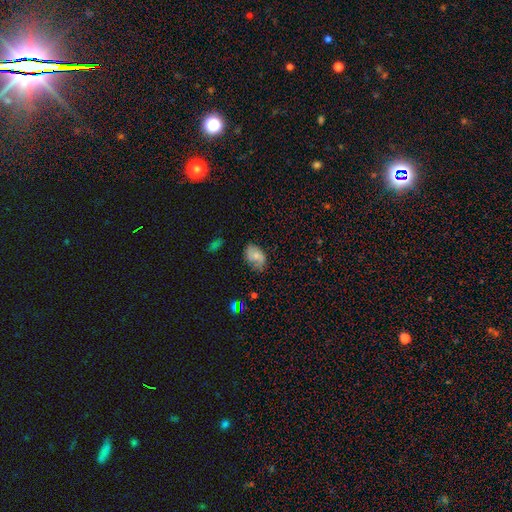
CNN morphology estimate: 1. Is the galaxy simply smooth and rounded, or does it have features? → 62% smooth, 28% featured or disk, 10% star or artifact.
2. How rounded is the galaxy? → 84% in between, 15% round, 1% cigar-shaped.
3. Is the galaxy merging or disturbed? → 60% none, 29% minor disturbance, 9% major disturbance, 2% merger.